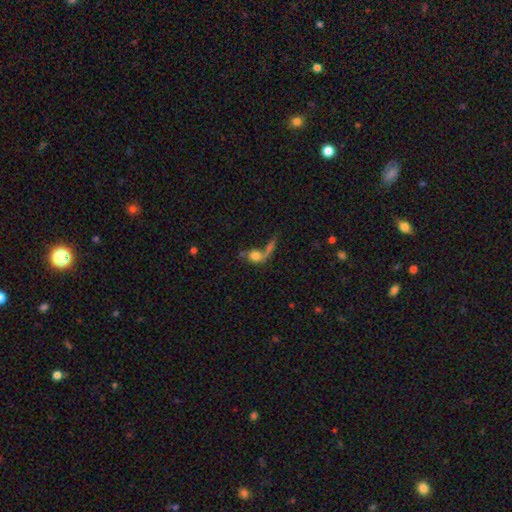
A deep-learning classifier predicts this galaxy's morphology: Smooth or featured? smooth (60%)
How rounded? in between (48%)
Merging? merger (36%)